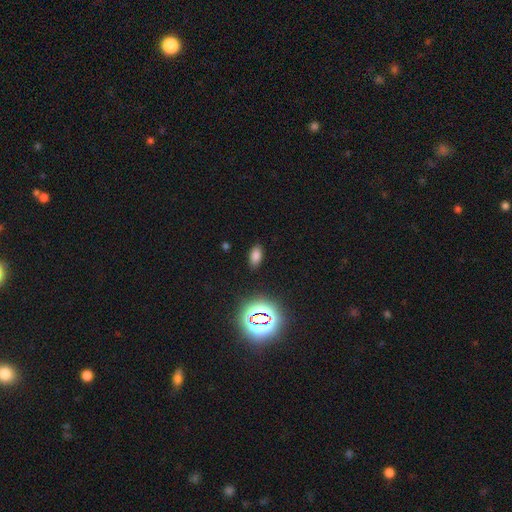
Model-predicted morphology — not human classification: Smooth or featured? smooth (72%)
How rounded? in between (90%)
Merging? none (86%)